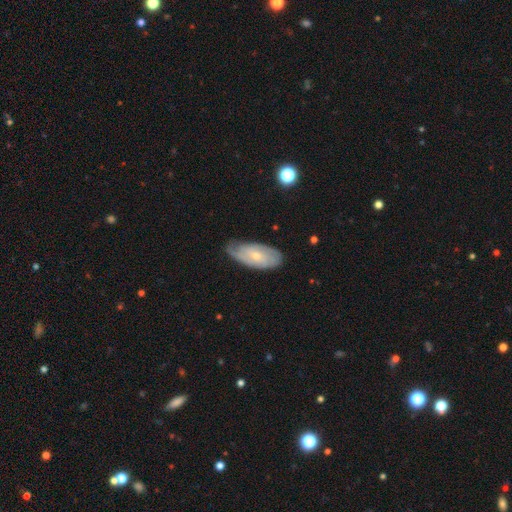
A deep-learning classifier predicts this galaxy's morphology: Smooth or featured: featured or disk — 61% (smooth — 33%)
Edge-on disk: no — 90% (yes — 10%)
Bar: no — 70% (weak — 26%)
Spiral arms: yes — 81% (no — 19%)
Bulge size: small — 63% (moderate — 34%)
Merging: none — 61% (minor disturbance — 30%)